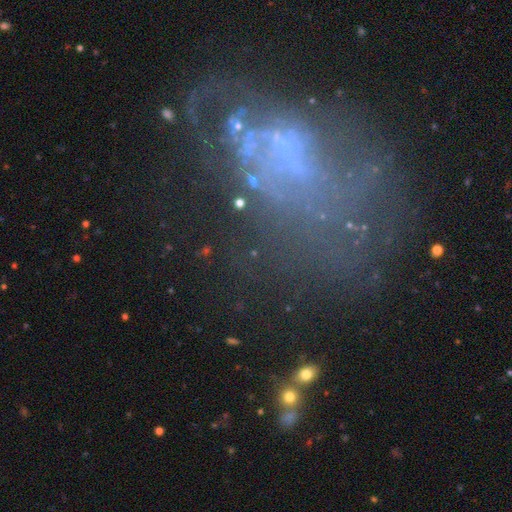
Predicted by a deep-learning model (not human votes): This appears to be a featured or disk galaxy (56%) with no bar (79%), no spiral arms (68%) and no central bulge (74%). Merging: major disturbance (38%).